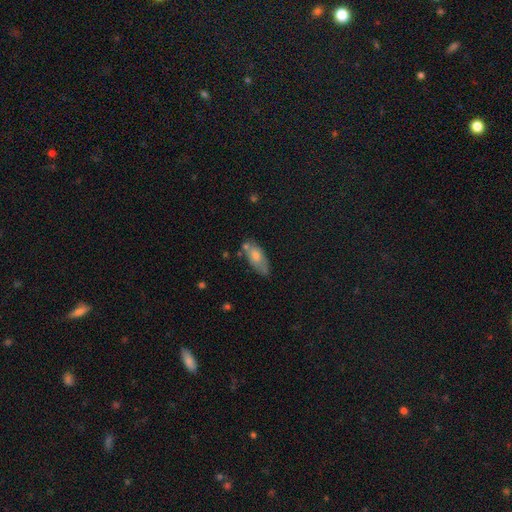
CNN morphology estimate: Overall: smooth (68%). How rounded: in between (83%). Merging: none (57%; minor disturbance 25%).